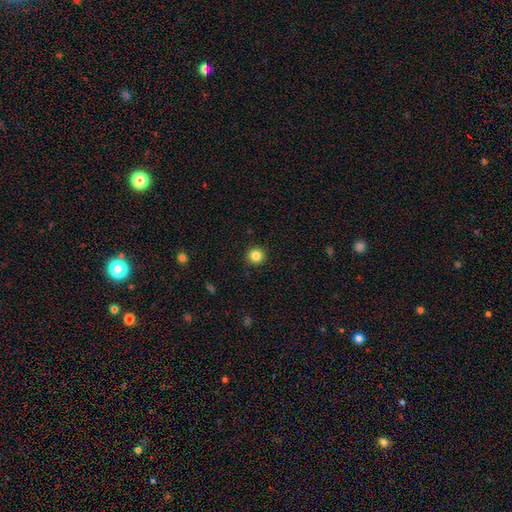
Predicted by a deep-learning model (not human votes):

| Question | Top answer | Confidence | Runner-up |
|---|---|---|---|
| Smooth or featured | smooth | 84% | star or artifact (11%) |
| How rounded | round | 95% | in between (4%) |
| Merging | none | 92% | minor disturbance (5%) |